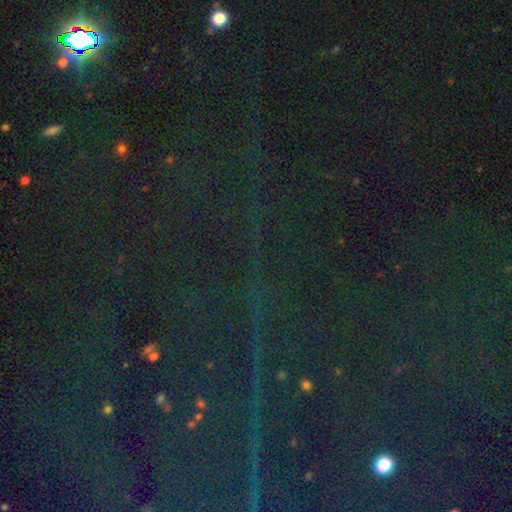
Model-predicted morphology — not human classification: Smooth or featured? Predicted: star or artifact (p=0.84).